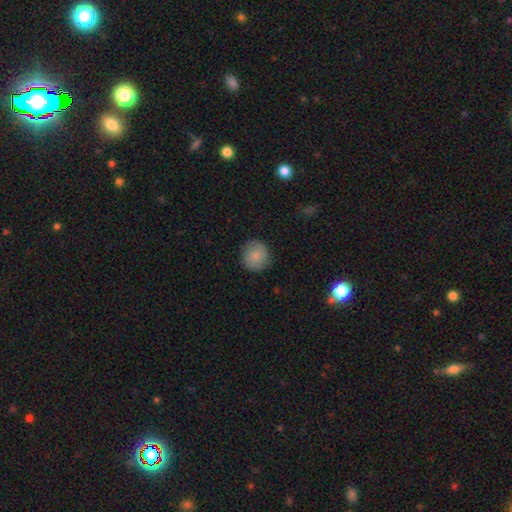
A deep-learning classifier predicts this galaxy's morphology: Smooth or featured? smooth (81%)
How rounded? round (90%)
Merging? none (85%)